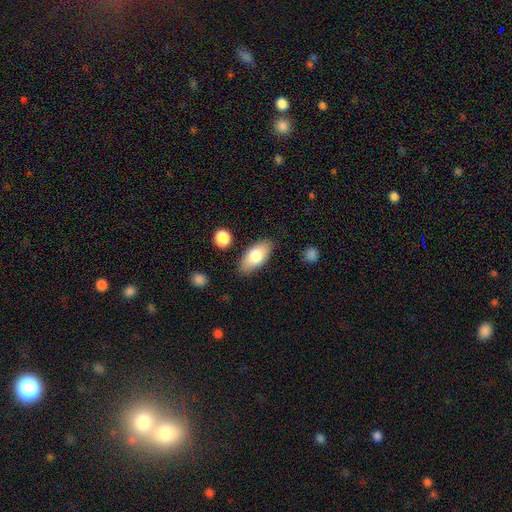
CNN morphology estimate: Smooth or featured? smooth (77%)
How rounded? in between (91%)
Merging? none (84%)